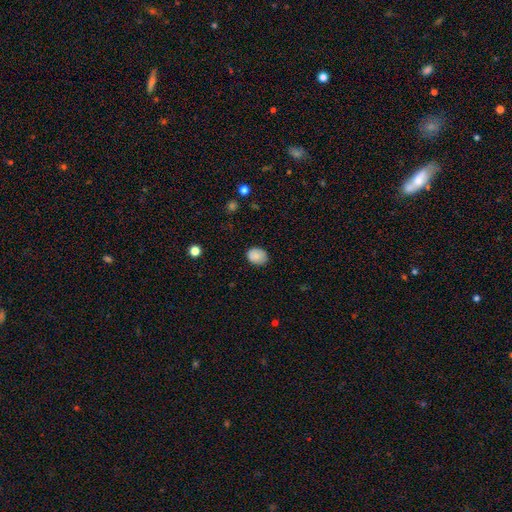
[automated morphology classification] The model was most divided on "how rounded": in between: 55%, round: 44%, cigar-shaped: 1%. More confident: smooth or featured — smooth (84%); merging — none (77%).